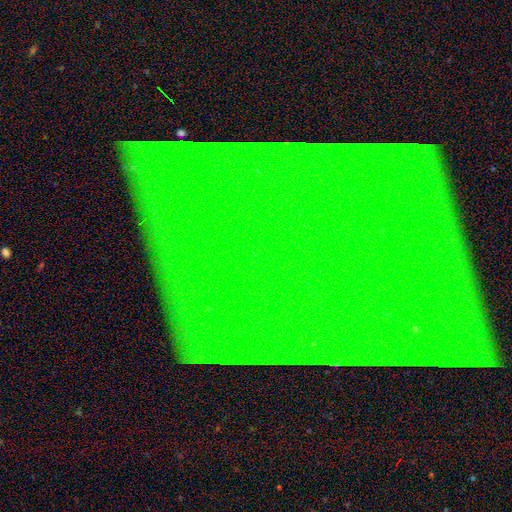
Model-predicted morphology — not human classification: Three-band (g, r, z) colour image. It shows a star or artifact, not a galaxy (86%).